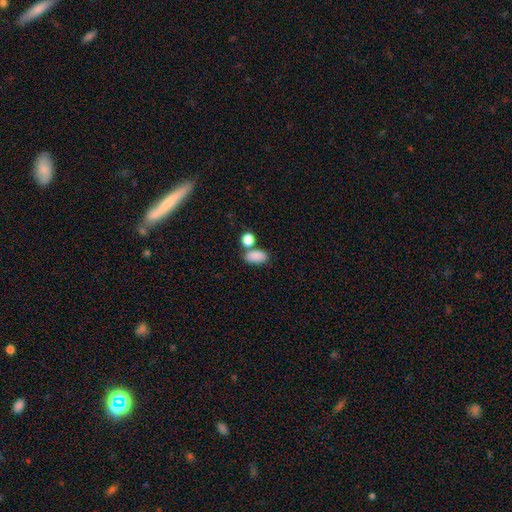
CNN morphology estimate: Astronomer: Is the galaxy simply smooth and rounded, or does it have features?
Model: smooth — 86%.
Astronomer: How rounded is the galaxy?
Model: in between — 89%.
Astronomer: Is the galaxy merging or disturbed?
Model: none — 61%.